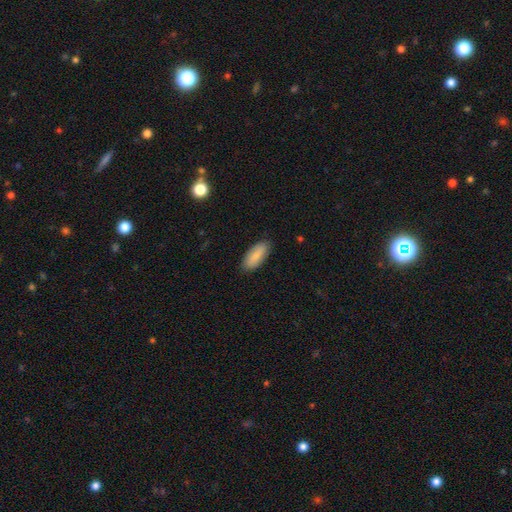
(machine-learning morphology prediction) Smooth or featured? smooth (81%)
How rounded? in between (83%)
Merging? none (85%)